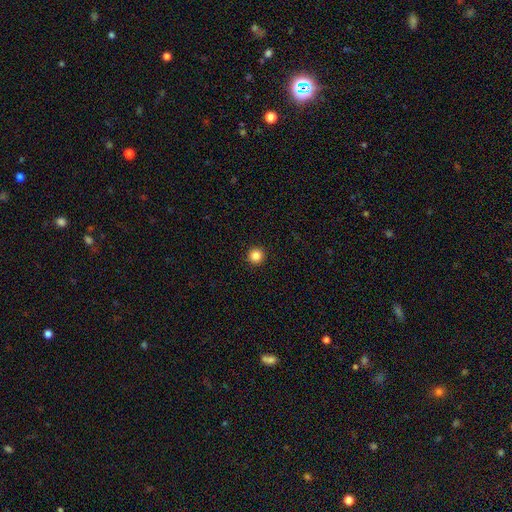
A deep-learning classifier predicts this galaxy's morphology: Smooth or featured: smooth — 85% (star or artifact — 11%)
How rounded: round — 96% (in between — 3%)
Merging: none — 94% (minor disturbance — 4%)